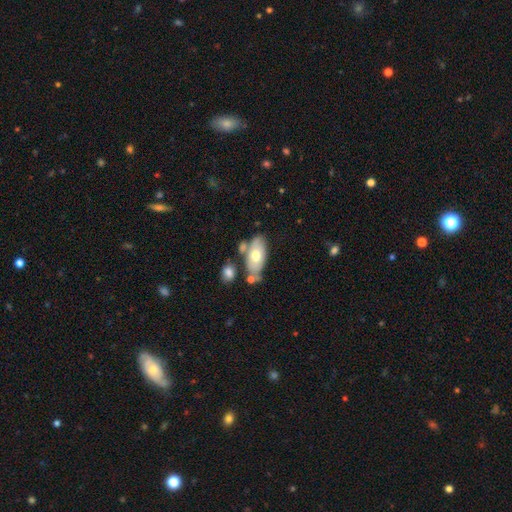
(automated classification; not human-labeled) This appears to be a smooth galaxy with no disk features (61%) that is in between round and cigar-shaped (91%). Merging: none (57%).